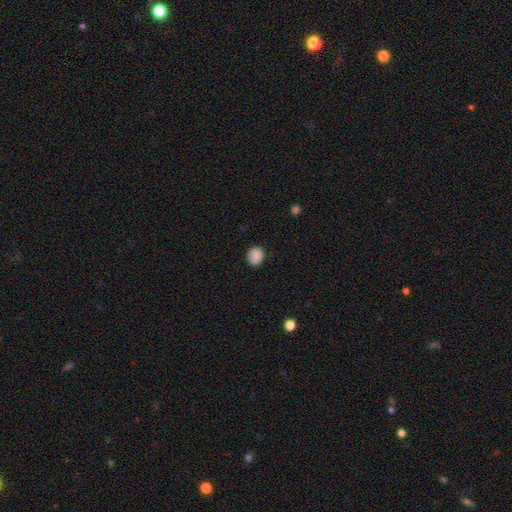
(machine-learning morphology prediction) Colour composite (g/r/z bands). It shows a smooth galaxy with no disk features (88%) that is round (67%). Merging: none (86%).